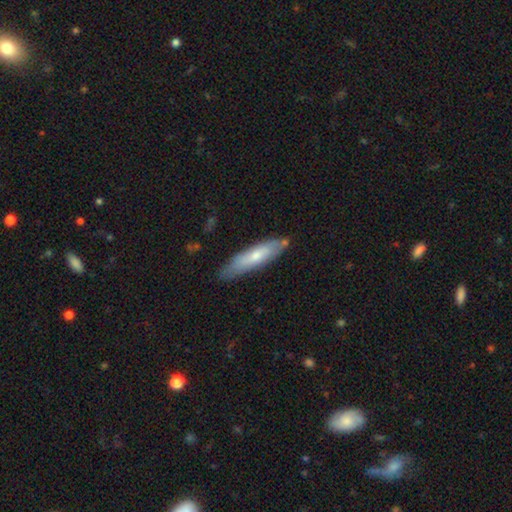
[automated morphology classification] Smooth or featured: smooth — 60% (featured or disk — 35%)
How rounded: cigar-shaped — 73% (in between — 26%)
Merging: none — 76% (minor disturbance — 18%)